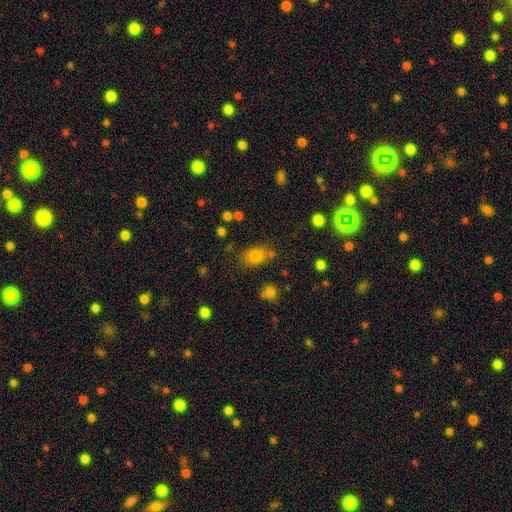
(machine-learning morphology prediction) Smooth or featured? smooth (80%)
How rounded? in between (67%)
Merging? none (70%)